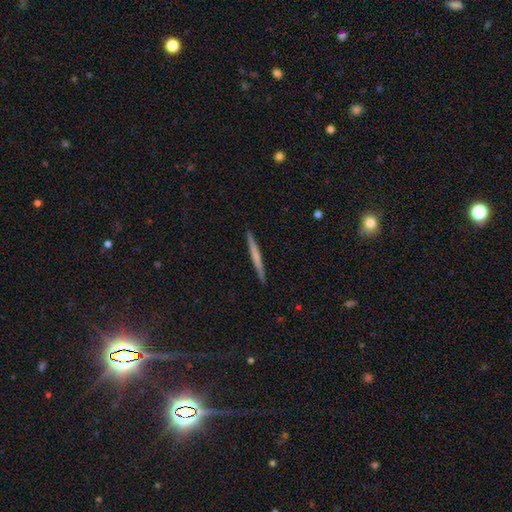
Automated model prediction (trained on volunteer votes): smooth 50%, featured or disk 44%, star or artifact 6%. Down the decision tree: how rounded — cigar-shaped (97%); merging — none (92%).